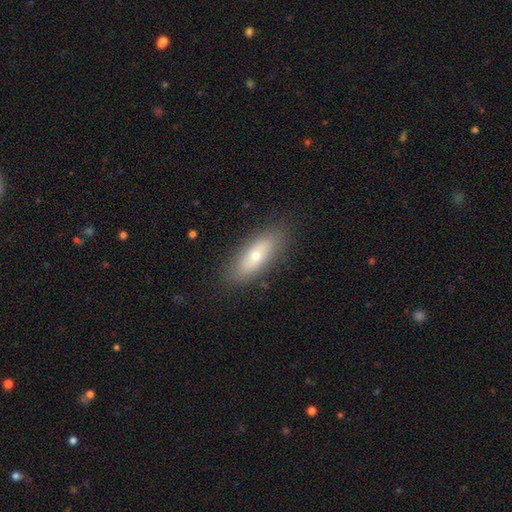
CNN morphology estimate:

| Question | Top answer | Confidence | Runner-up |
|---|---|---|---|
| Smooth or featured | smooth | 61% | featured or disk (31%) |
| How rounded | in between | 67% | cigar-shaped (30%) |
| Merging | none | 86% | minor disturbance (10%) |